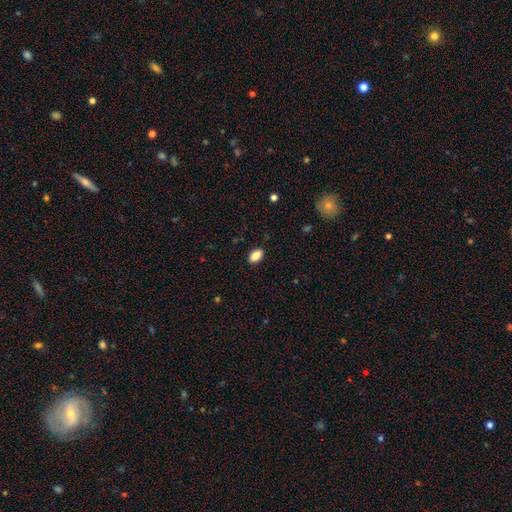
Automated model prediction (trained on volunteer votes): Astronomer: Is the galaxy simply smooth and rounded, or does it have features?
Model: smooth — 86%.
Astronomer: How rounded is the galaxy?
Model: in between — 91%.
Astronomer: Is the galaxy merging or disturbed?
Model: none — 88%.